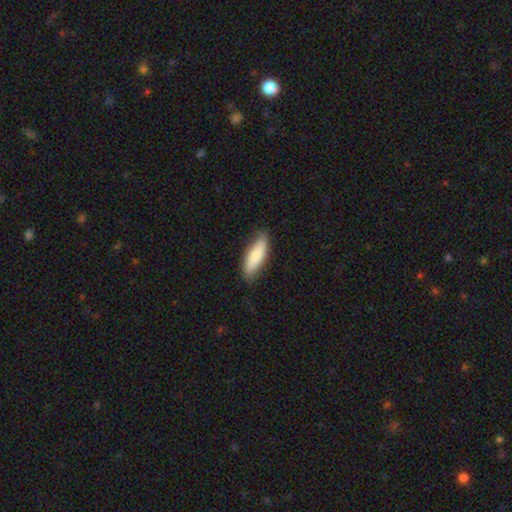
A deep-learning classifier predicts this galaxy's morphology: Smooth or featured?
  - smooth: 79% *
  - featured or disk: 15%
  - star or artifact: 5%
How rounded?
  - in between: 53% *
  - cigar-shaped: 46%
  - round: 2%
Merging?
  - none: 80% *
  - minor disturbance: 16%
  - major disturbance: 3%
  - merger: 1%